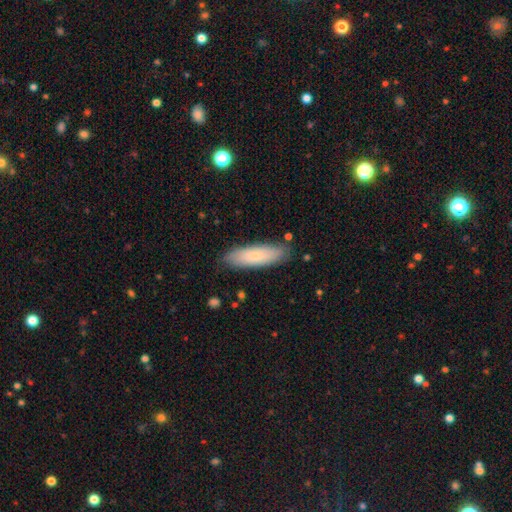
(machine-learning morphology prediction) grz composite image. It shows a smooth galaxy with no disk features (77%) that is cigar-shaped (59%). Merging: none (85%).